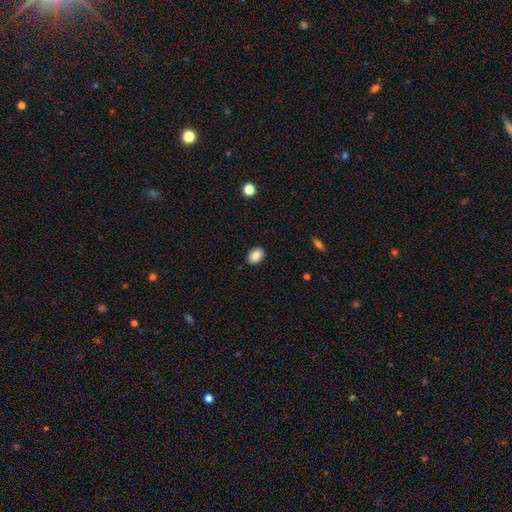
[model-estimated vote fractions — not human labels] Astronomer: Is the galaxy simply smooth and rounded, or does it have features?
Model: smooth — 87%.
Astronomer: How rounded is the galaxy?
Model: in between — 75%.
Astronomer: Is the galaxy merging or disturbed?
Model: none — 90%.